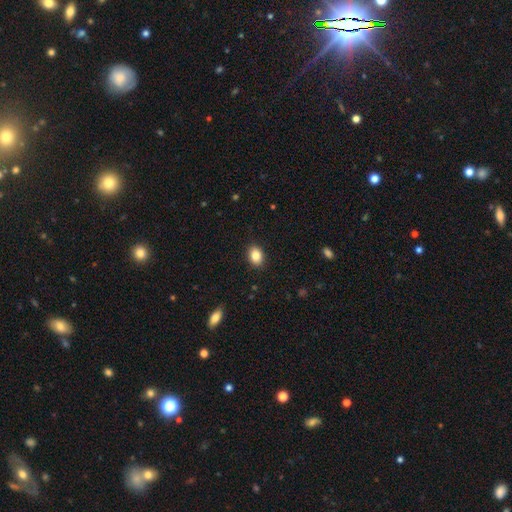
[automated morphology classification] smooth 85%, star or artifact 9%, featured or disk 6%. Down the decision tree: how rounded — in between (69%); merging — none (89%).